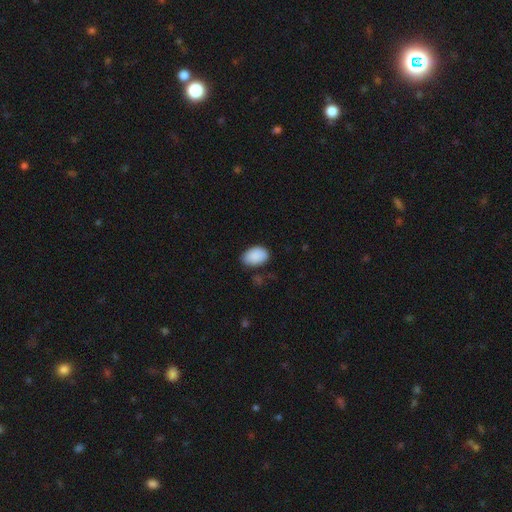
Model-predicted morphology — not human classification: A smooth galaxy with no disk features (89%) that is in between round and cigar-shaped (89%).

Vote fractions:
- Smooth or featured? smooth: 89% / star or artifact: 7% / featured or disk: 4%
- How rounded? in between: 89% / round: 10% / cigar-shaped: 1%
- Merging? none: 73% / minor disturbance: 20% / major disturbance: 4% / merger: 2%